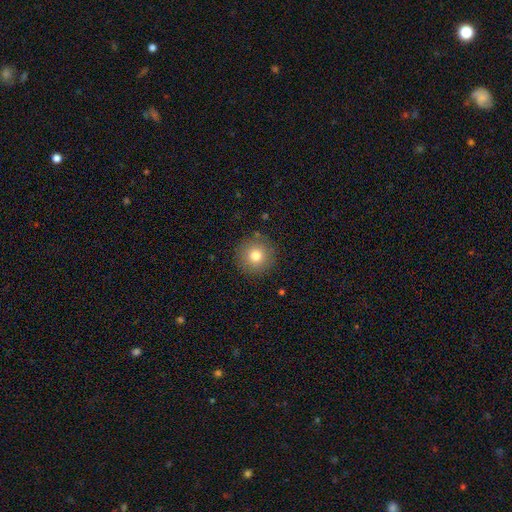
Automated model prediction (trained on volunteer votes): Smooth or featured? smooth (78%)
How rounded? round (96%)
Merging? none (90%)